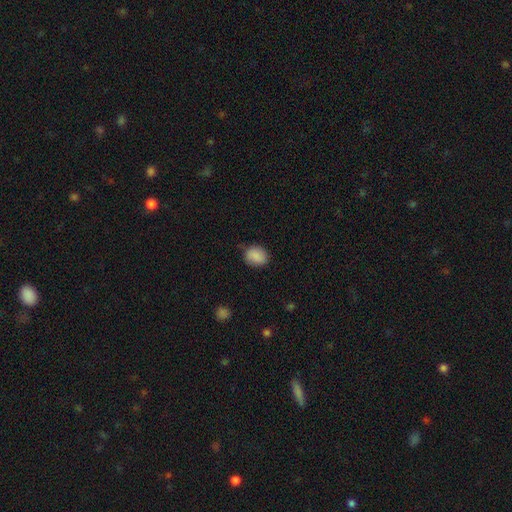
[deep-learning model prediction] A smooth galaxy with no disk features (88%) that is in between round and cigar-shaped (50%).

Vote fractions:
- Smooth or featured? smooth: 88% / star or artifact: 8% / featured or disk: 4%
- How rounded? in between: 50% / round: 49% / cigar-shaped: 1%
- Merging? none: 76% / minor disturbance: 19% / major disturbance: 4% / merger: 1%